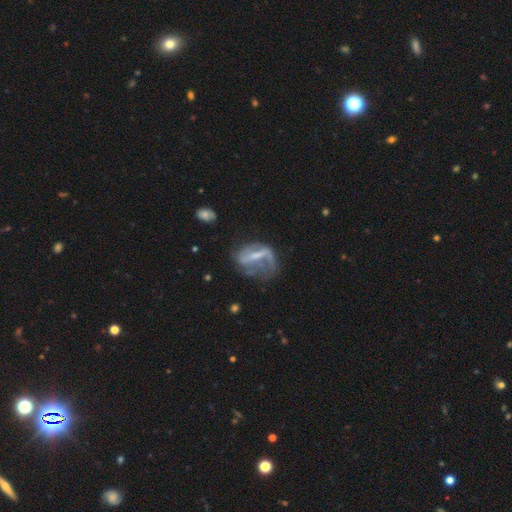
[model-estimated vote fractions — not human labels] smooth_or_featured: featured or disk (p=0.70) [alt: smooth p=0.21]
disk_edge_on: no (p=0.92) [alt: yes p=0.08]
bar: strong (p=0.49) [alt: weak p=0.33]
has_spiral_arms: yes (p=0.63) [alt: no p=0.37]
bulge_size: small (p=0.37) [alt: none p=0.30]
merging: none (p=0.37) [alt: major disturbance p=0.35]